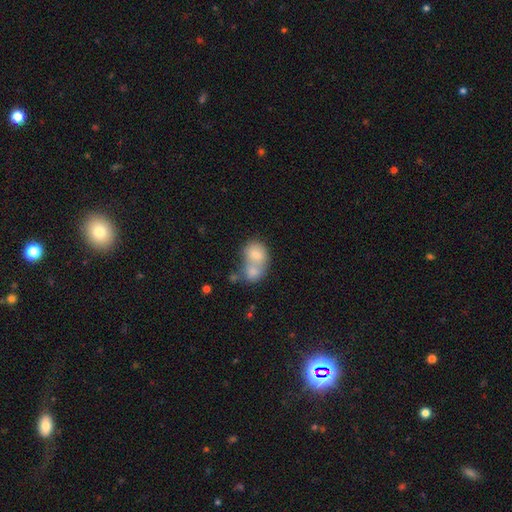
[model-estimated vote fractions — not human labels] smooth 77%, featured or disk 16%, star or artifact 8%. Down the decision tree: how rounded — in between (58%); merging — merger (72%).